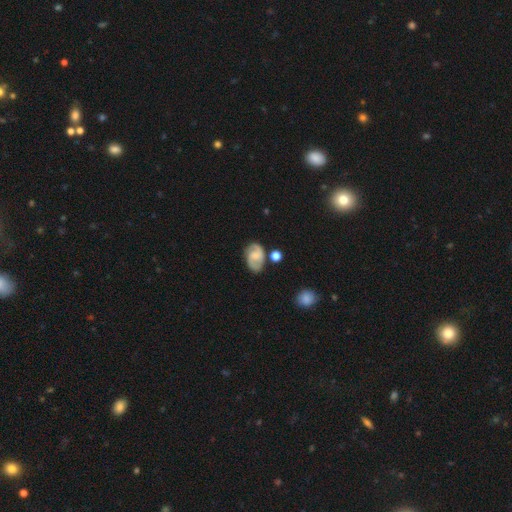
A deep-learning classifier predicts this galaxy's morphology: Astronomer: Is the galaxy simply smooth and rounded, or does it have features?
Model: featured or disk — 62%.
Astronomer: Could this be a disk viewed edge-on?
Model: no — 97%.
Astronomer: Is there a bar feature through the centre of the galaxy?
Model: no — 45% (runner-up: weak, 44%).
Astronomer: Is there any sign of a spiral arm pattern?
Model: yes — 90%.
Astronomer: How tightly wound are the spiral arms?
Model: medium — 50% (runner-up: tight, 28%).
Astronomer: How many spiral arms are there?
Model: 2 — 84%.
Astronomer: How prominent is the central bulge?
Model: none — 37% (runner-up: small, 34%).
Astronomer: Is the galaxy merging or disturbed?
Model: none — 70%.